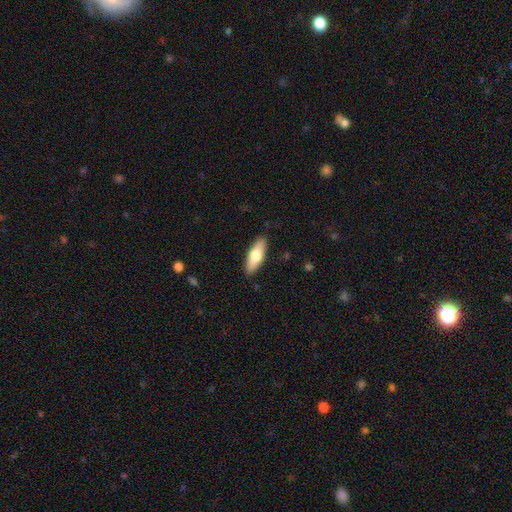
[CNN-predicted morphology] Overall: smooth (63%; featured or disk 31%). How rounded: in between (58%; cigar-shaped 40%). Merging: none (88%).